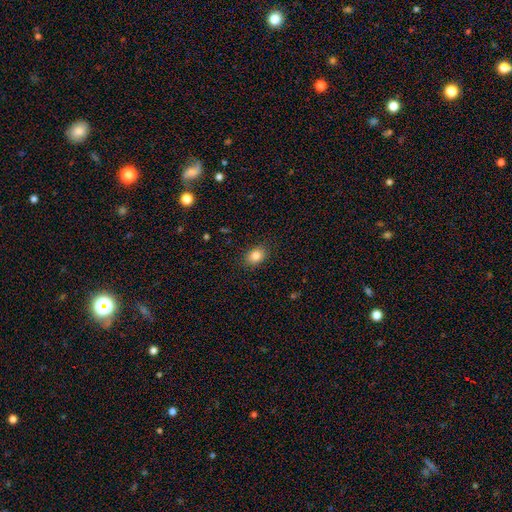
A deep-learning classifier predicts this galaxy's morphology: A smooth galaxy with no disk features (84%) that is in between round and cigar-shaped (65%). Merging: none (87%).